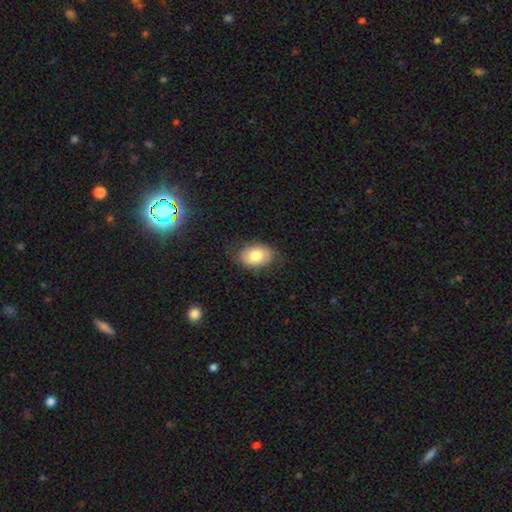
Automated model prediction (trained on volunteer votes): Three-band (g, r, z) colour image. It shows a smooth galaxy with no disk features (76%) that is in between round and cigar-shaped (83%). Merging: none (76%).